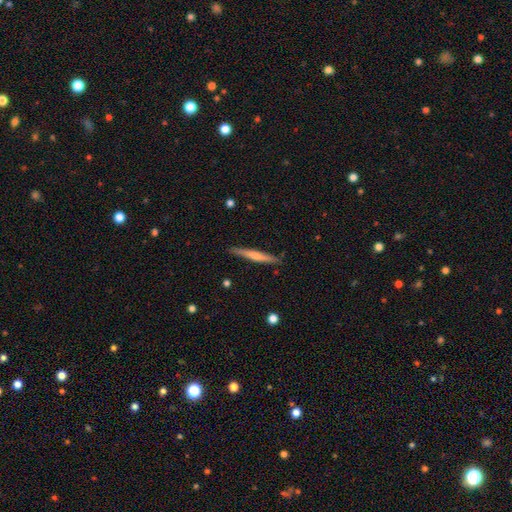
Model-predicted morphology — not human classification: This appears to be a smooth galaxy with no disk features (55%) that is cigar-shaped (95%). Merging: none (87%).